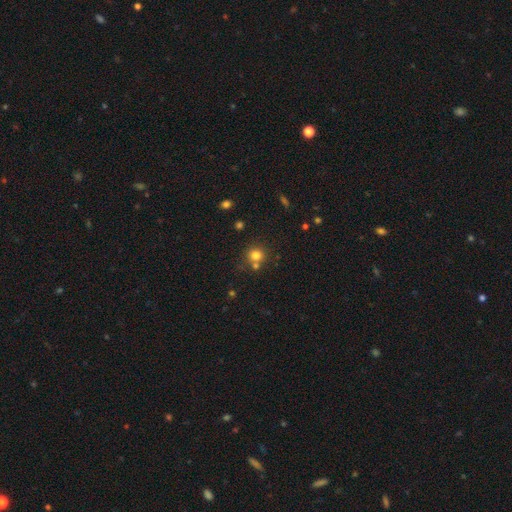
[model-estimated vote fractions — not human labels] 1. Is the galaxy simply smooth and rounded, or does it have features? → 78% smooth, 15% star or artifact, 8% featured or disk.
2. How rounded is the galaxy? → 89% round, 10% in between, 1% cigar-shaped.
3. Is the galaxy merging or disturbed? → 66% none, 22% merger, 9% minor disturbance, 3% major disturbance.